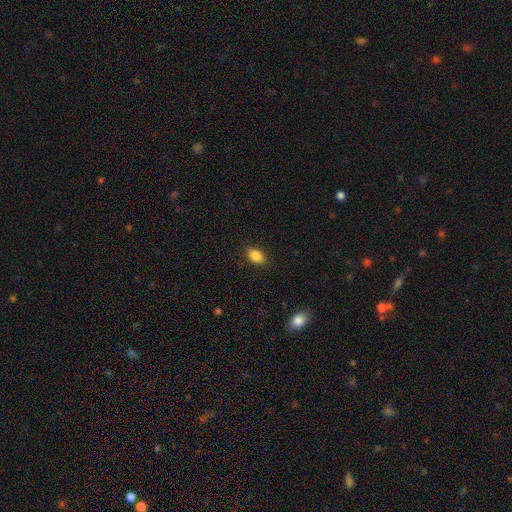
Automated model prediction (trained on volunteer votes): This appears to be a smooth galaxy with no disk features (87%) that is in between round and cigar-shaped (76%). Merging: none (87%).